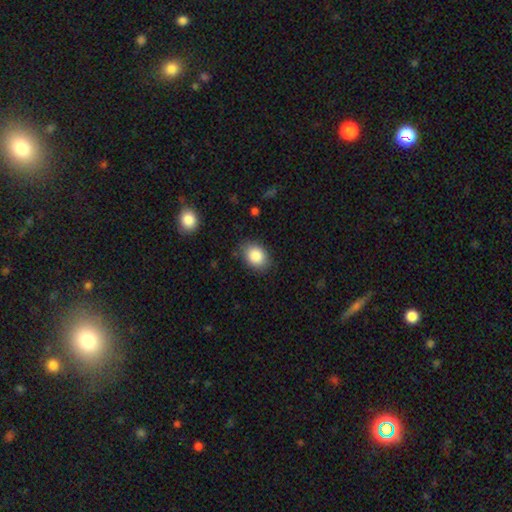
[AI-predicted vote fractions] This is clearly a smooth galaxy (86%). How rounded: likely in between (67%). Merging: clearly none (82%).